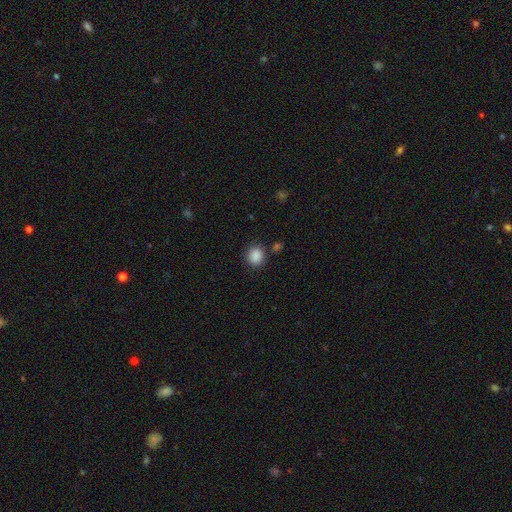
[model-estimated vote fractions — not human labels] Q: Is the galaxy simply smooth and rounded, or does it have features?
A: smooth — 88%.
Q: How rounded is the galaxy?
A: round — 77%.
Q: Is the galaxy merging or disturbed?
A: none — 82%.